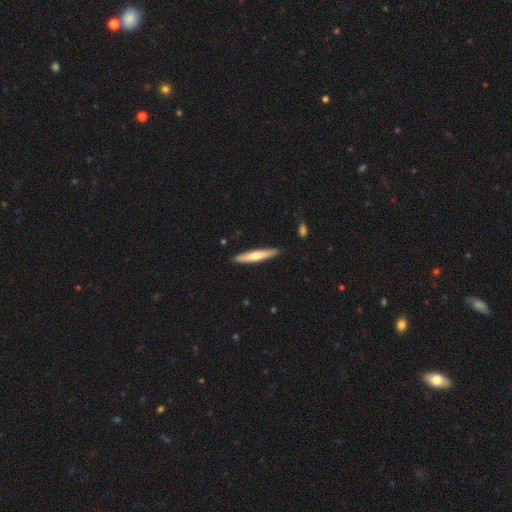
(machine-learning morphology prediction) Overall: smooth (63%; featured or disk 32%). How rounded: cigar-shaped (92%). Merging: none (90%).